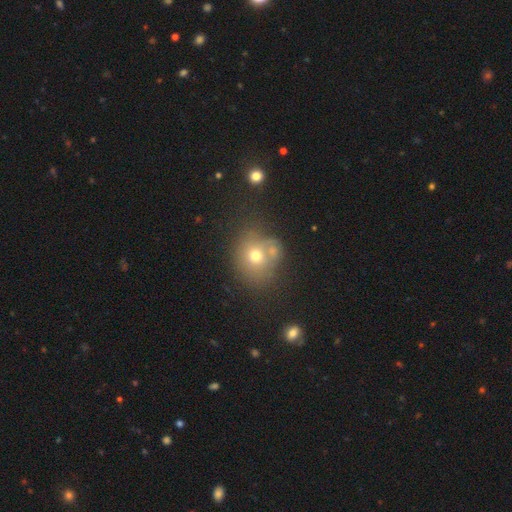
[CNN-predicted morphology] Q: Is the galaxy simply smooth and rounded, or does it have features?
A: smooth — 66%.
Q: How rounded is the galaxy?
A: round — 72%.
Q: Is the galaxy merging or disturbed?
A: none — 48%.